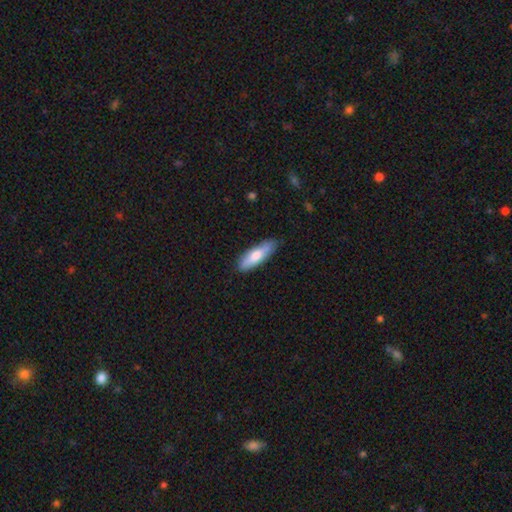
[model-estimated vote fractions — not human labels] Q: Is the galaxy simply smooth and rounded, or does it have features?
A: smooth — 72%.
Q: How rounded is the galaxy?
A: cigar-shaped — 52%.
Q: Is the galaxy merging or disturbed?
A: none — 81%.